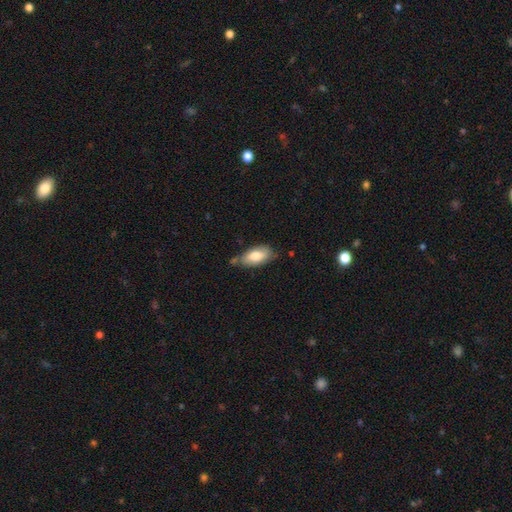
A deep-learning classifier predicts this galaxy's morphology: smooth-or-featured: smooth: 77% | featured or disk: 17% | star or artifact: 6%
  how-rounded: in between: 91% | cigar-shaped: 6% | round: 3%
  merging: none: 64% | minor disturbance: 24% | merger: 8% | major disturbance: 4%